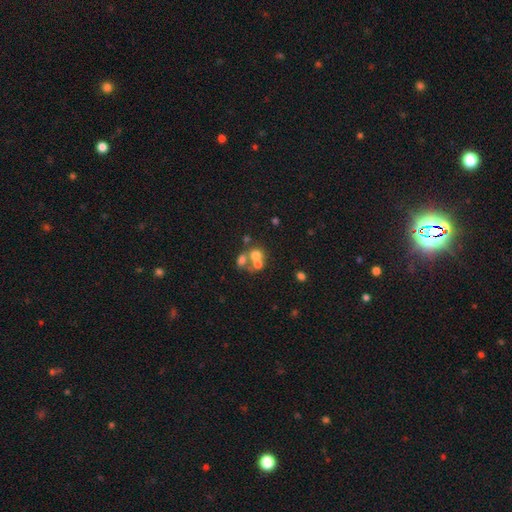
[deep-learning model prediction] smooth 60%, featured or disk 25%, star or artifact 16%. Down the decision tree: how rounded — round (71%); merging — merger (55%).